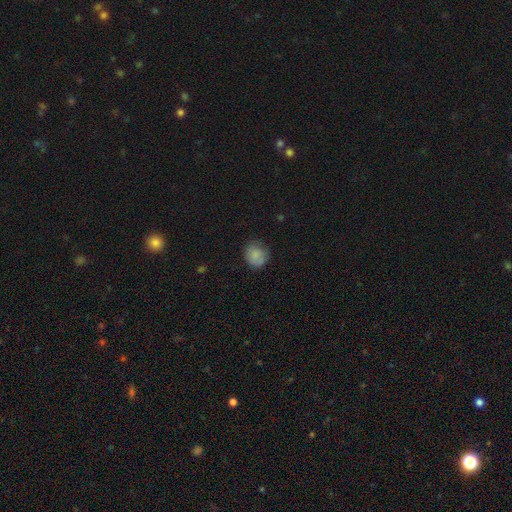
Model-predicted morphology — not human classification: Smooth or featured: smooth — 81% (featured or disk — 10%)
How rounded: round — 75% (in between — 24%)
Merging: none — 72% (minor disturbance — 22%)